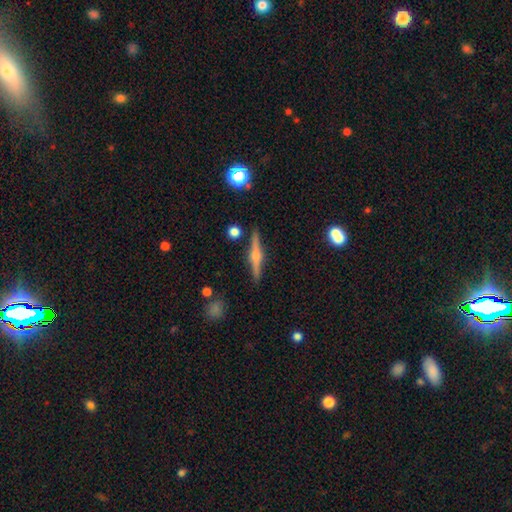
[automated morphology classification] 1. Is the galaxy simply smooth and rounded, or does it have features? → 75% featured or disk, 18% smooth, 7% star or artifact.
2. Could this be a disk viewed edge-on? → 98% yes, 2% no.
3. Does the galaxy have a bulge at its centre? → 86% rounded, 10% boxy, 4% none.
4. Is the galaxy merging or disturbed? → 90% none, 7% minor disturbance, 2% merger, 2% major disturbance.